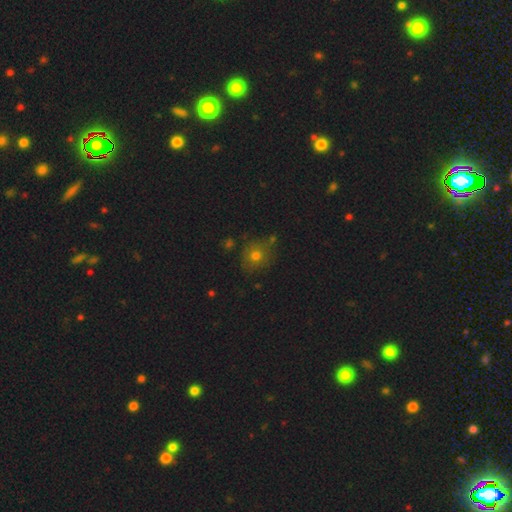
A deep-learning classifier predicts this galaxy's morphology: Q: Smooth or featured?
A: smooth (70%); runner-up: star or artifact (17%)
Q: How rounded?
A: round (79%); runner-up: in between (20%)
Q: Merging?
A: none (73%); runner-up: minor disturbance (17%)